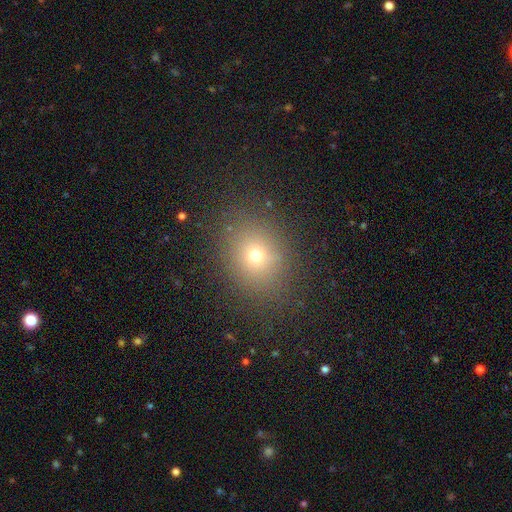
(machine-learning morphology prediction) Smooth or featured? Predicted: smooth (p=0.68). How rounded? Predicted: round (p=0.61). Merging? Predicted: none (p=0.84).